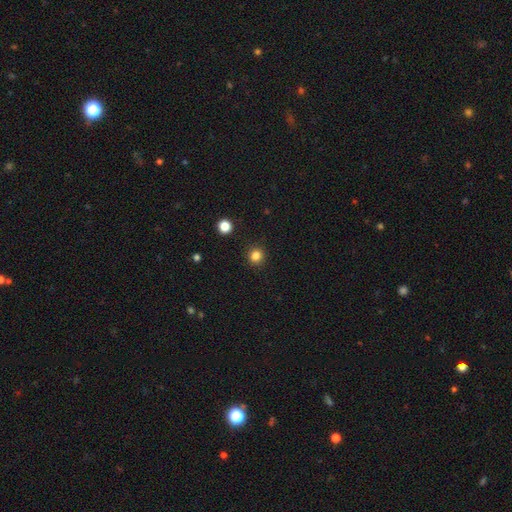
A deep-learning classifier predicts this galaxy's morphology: Overall: smooth (83%). How rounded: round (91%). Merging: none (92%).